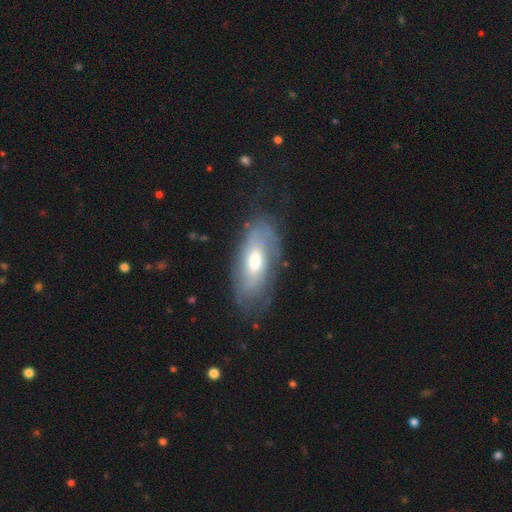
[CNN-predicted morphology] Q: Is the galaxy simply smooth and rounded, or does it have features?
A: featured or disk — 58%.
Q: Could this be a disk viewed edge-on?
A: no — 85%.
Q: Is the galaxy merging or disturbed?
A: none — 65%.